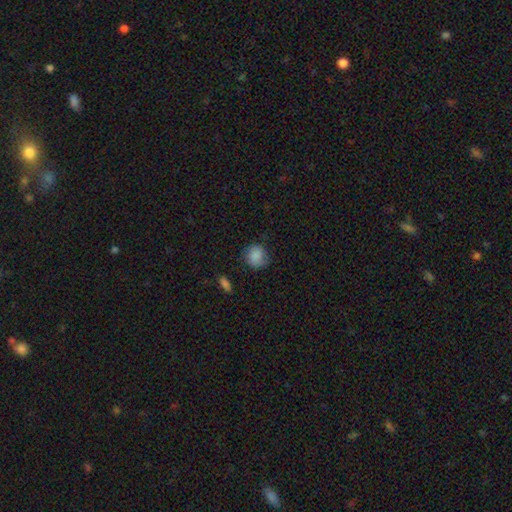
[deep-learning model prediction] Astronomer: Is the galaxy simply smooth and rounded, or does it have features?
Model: smooth — 78%.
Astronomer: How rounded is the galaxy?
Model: round — 78%.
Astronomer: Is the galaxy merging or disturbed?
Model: none — 65%.